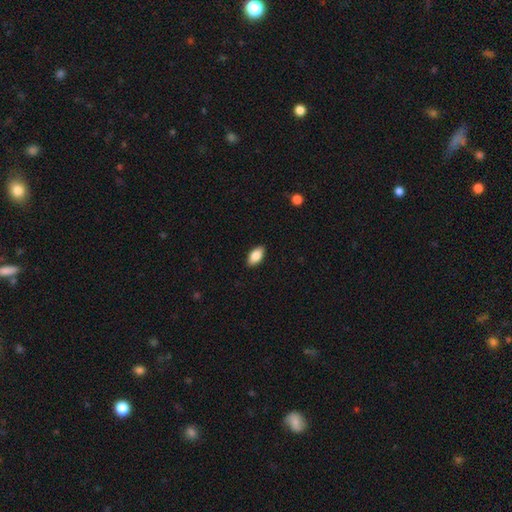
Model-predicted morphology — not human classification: smooth_or_featured: smooth (p=0.86) [alt: featured or disk p=0.07]
how_rounded: in between (p=0.93) [alt: cigar-shaped p=0.04]
merging: none (p=0.89) [alt: minor disturbance p=0.08]